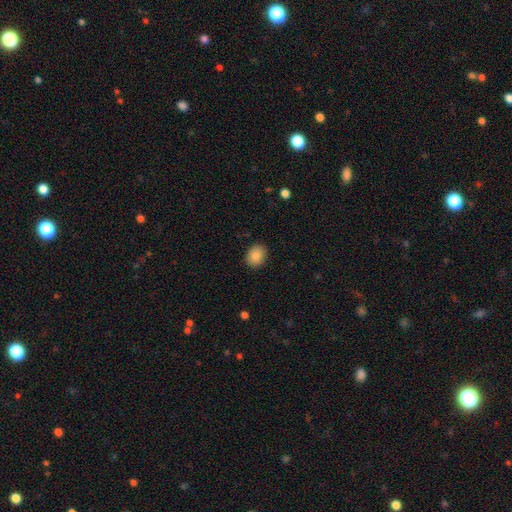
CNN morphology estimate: Smooth or featured?
  - smooth: 86% *
  - star or artifact: 8%
  - featured or disk: 5%
How rounded?
  - in between: 54% *
  - round: 45%
  - cigar-shaped: 1%
Merging?
  - none: 88% *
  - minor disturbance: 9%
  - major disturbance: 2%
  - merger: 1%